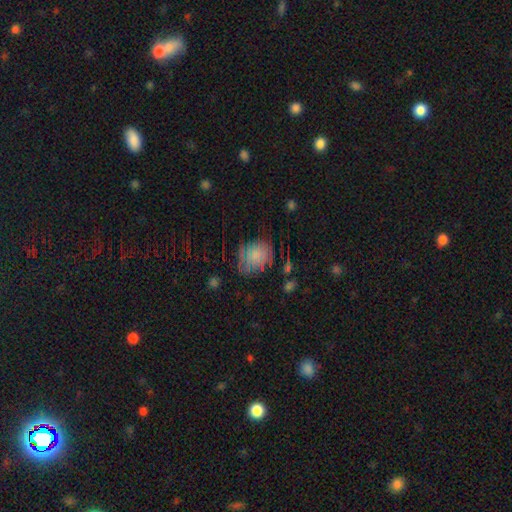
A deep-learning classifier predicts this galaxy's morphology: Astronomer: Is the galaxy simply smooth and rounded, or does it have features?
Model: smooth — 59%.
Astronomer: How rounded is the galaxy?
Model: round — 56% (runner-up: in between, 42%).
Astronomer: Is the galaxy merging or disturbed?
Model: none — 76%.